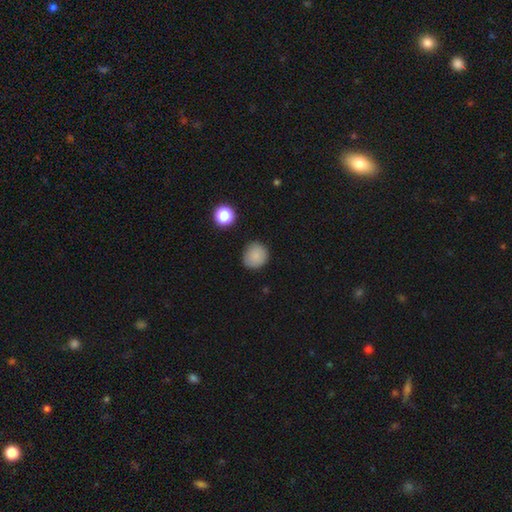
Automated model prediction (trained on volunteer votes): smooth-or-featured: smooth: 85% | star or artifact: 10% | featured or disk: 5%
  how-rounded: round: 86% | in between: 14% | cigar-shaped: 1%
  merging: none: 85% | minor disturbance: 11% | major disturbance: 3% | merger: 2%